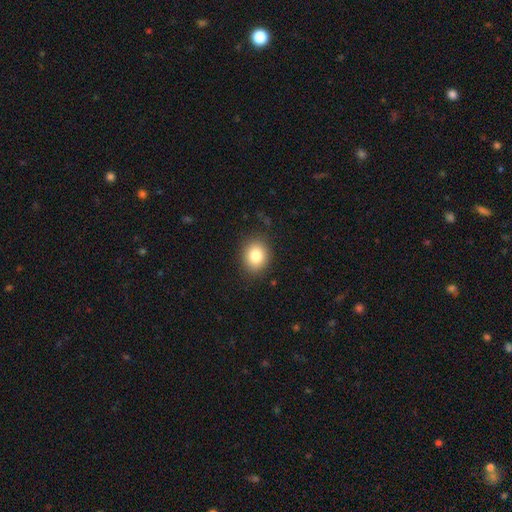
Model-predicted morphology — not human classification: Smooth or featured? smooth (82%)
How rounded? round (65%)
Merging? none (87%)